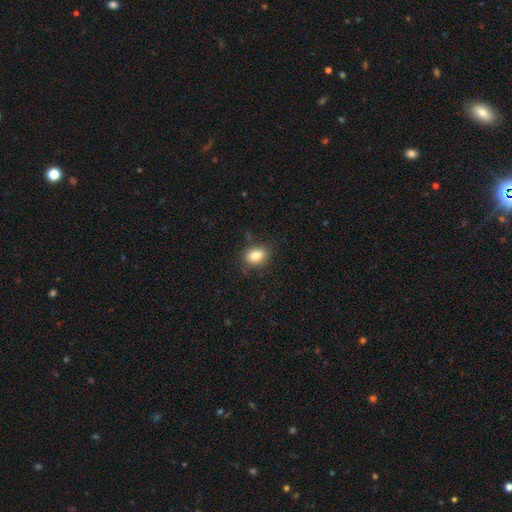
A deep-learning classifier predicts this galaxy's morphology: This is clearly a smooth galaxy (81%). How rounded: likely in between (68%). Merging: clearly none (80%).